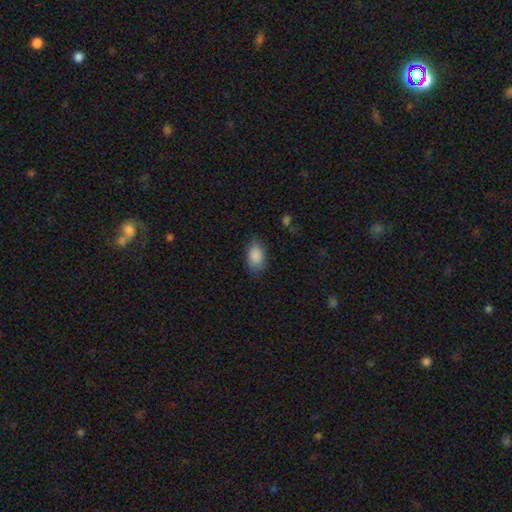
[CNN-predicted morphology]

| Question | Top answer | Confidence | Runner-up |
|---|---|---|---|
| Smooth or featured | smooth | 89% | star or artifact (7%) |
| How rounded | in between | 91% | round (7%) |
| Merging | none | 82% | minor disturbance (13%) |